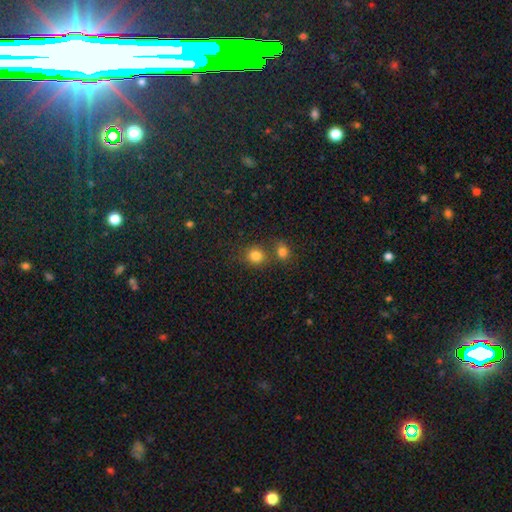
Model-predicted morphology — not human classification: This is clearly a smooth galaxy (81%). How rounded: likely round (79%). Merging: possibly none (59%).